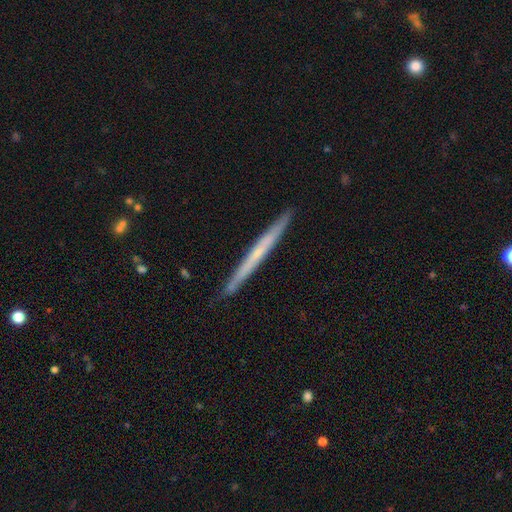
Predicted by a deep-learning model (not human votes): Overall: featured or disk (54%; smooth 40%). Edge-on disk: yes (97%). Edge-on bulge: none (82%). Merging: none (91%).